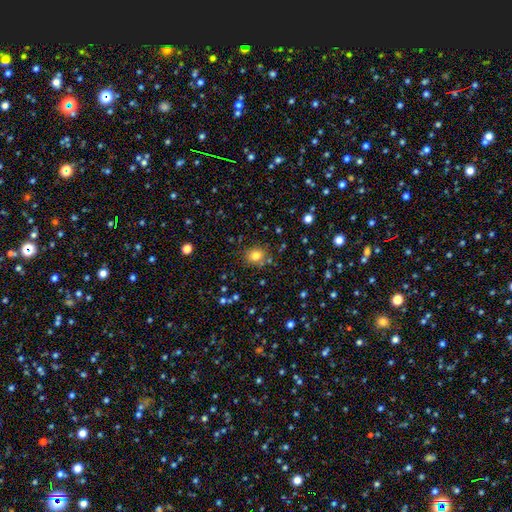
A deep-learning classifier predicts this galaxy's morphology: Overall: smooth (79%). How rounded: round (77%). Merging: none (81%).